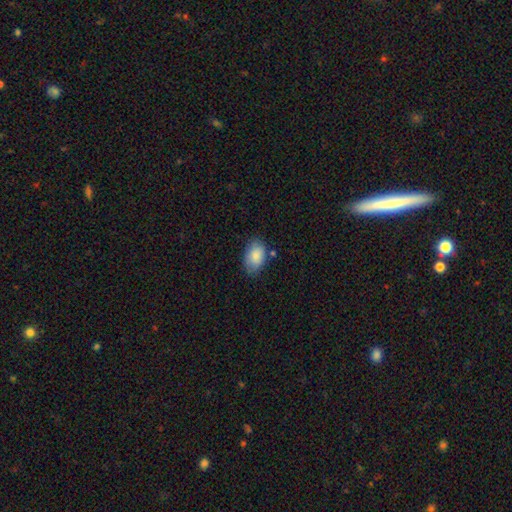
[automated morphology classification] Smooth or featured? Predicted: smooth (p=0.84). How rounded? Predicted: in between (p=0.88). Merging? Predicted: none (p=0.72).